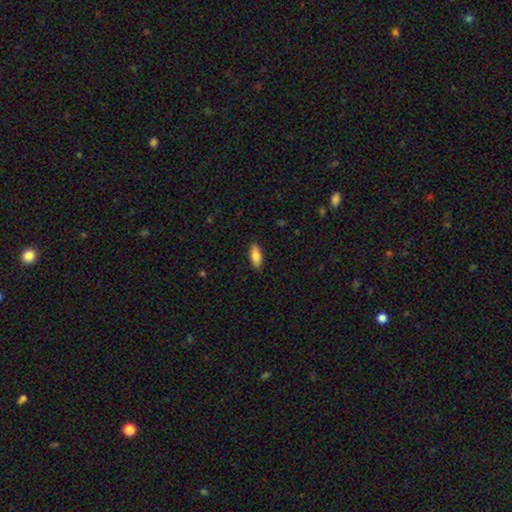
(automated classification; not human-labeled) The model was most divided on "how rounded": in between: 80%, cigar-shaped: 18%, round: 2%. More confident: merging — none (88%); smooth or featured — smooth (83%).